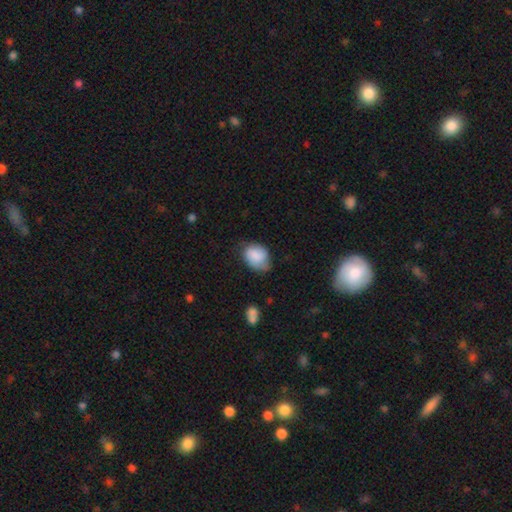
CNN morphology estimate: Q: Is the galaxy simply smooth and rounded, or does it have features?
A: smooth — 78%.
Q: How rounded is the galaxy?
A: in between — 66%.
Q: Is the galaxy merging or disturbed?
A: none — 53%.